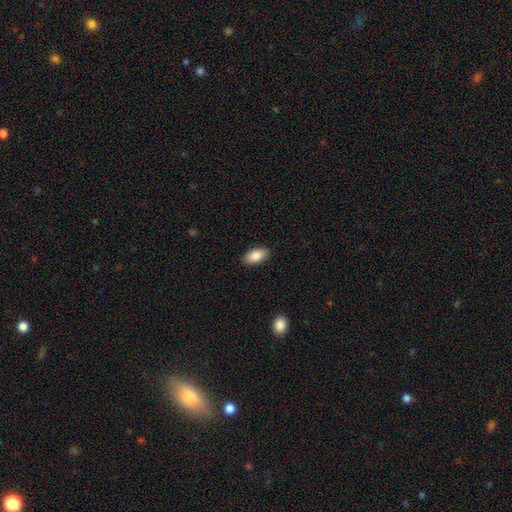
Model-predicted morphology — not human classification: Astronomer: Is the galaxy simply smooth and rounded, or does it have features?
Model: smooth — 86%.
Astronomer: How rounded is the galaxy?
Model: in between — 93%.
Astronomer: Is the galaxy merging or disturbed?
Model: none — 89%.